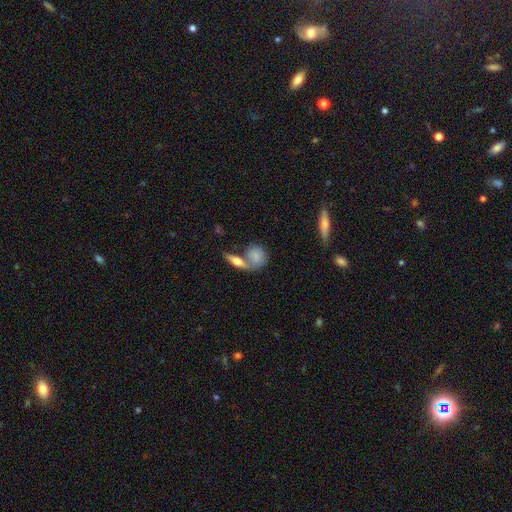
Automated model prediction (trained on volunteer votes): This is likely a smooth galaxy (72%). How rounded: possibly round (48%). Merging: marginally none (41%, tied with merger).